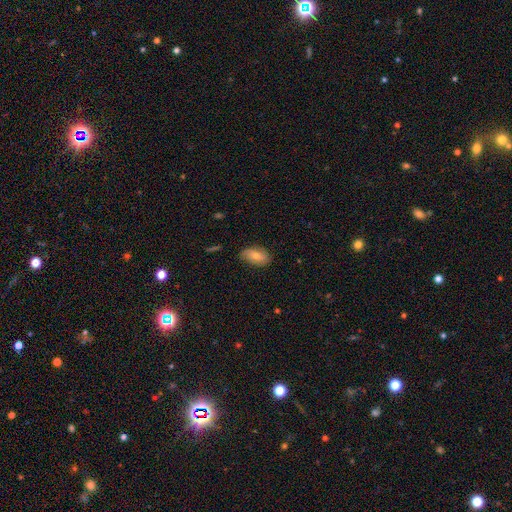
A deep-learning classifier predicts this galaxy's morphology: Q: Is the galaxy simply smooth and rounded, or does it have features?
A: smooth — 67%.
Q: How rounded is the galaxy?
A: in between — 90%.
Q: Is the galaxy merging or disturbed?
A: none — 77%.